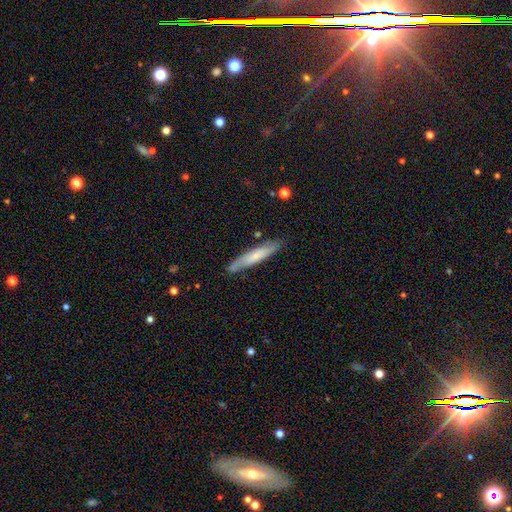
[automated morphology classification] This appears to be a smooth galaxy with no disk features (62%) that is cigar-shaped (89%). Merging: none (81%).